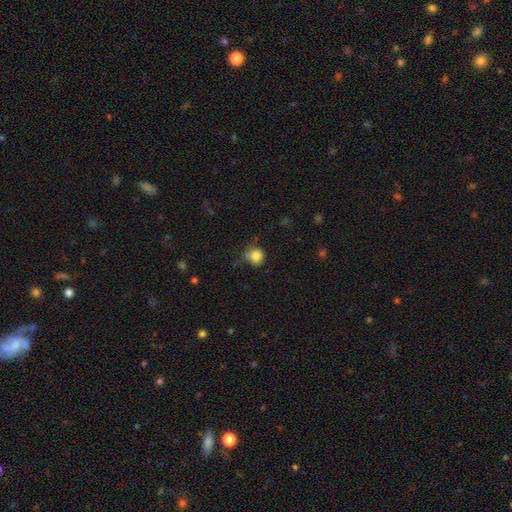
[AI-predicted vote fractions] Smooth or featured?
  - smooth: 83% *
  - star or artifact: 11%
  - featured or disk: 6%
How rounded?
  - round: 86% *
  - in between: 13%
  - cigar-shaped: 1%
Merging?
  - none: 60% *
  - minor disturbance: 27%
  - major disturbance: 8%
  - merger: 5%